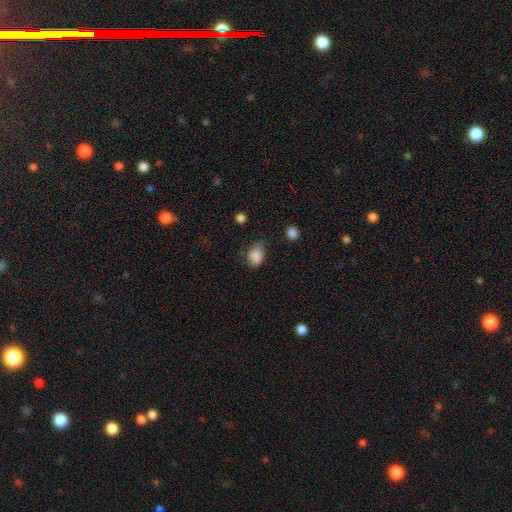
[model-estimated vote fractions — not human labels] Morphology: type=smooth (85%); roundness=in between (67%); merging=none (52%).